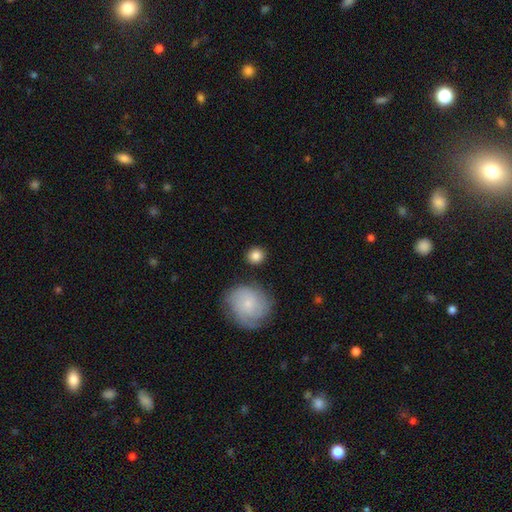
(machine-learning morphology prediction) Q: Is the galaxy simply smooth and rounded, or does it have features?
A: smooth — 84%.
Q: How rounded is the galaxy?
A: round — 87%.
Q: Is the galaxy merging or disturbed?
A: none — 84%.